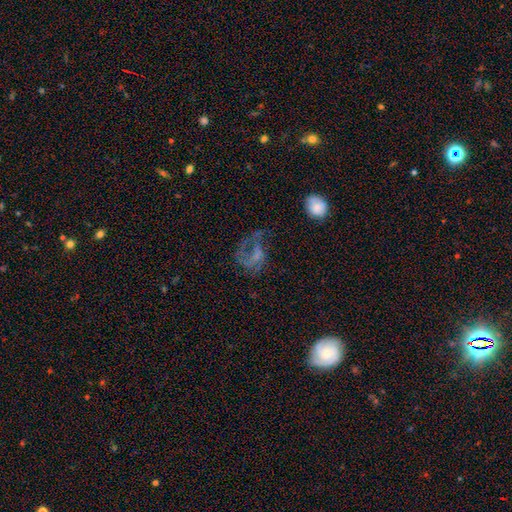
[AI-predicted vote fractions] Smooth or featured? Predicted: featured or disk (p=0.57). Edge-on disk? Predicted: no (p=0.97). Bar? Predicted: no (p=0.62). Spiral arms? Predicted: yes (p=0.59). Bulge size? Predicted: none (p=0.58). Merging? Predicted: major disturbance (p=0.51).